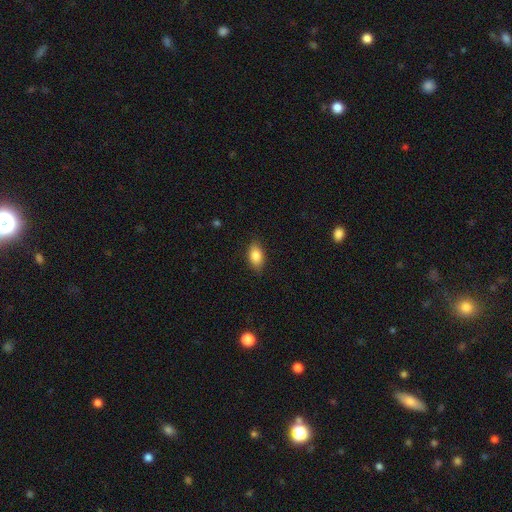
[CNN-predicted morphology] Smooth or featured?
  - smooth: 84% *
  - featured or disk: 9%
  - star or artifact: 8%
How rounded?
  - in between: 88% *
  - round: 8%
  - cigar-shaped: 4%
Merging?
  - none: 86% *
  - minor disturbance: 11%
  - major disturbance: 2%
  - merger: 1%